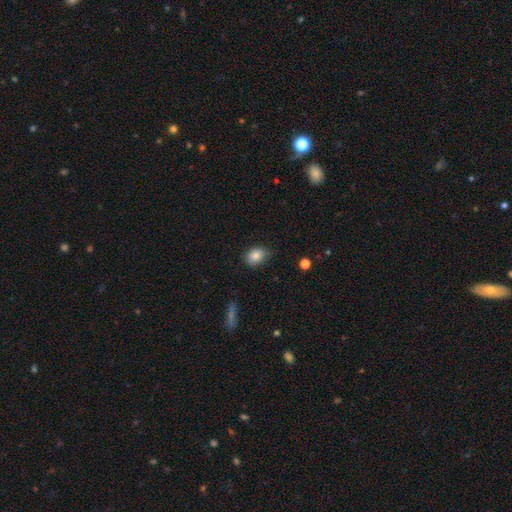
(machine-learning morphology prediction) Smooth or featured: smooth — 84% (star or artifact — 8%)
How rounded: in between — 69% (round — 29%)
Merging: none — 68% (minor disturbance — 26%)